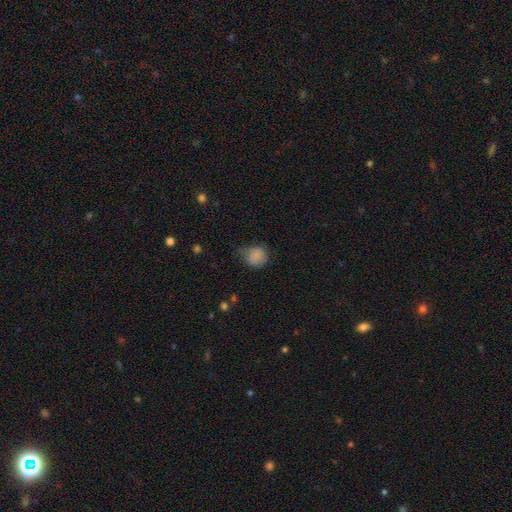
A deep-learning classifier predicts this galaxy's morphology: A smooth galaxy with no disk features (83%) that is round (68%). Merging: none (48%).